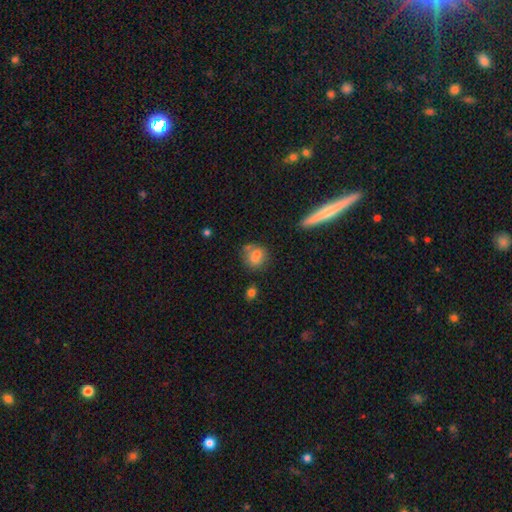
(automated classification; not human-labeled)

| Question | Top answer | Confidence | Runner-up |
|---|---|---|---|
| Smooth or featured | smooth | 76% | featured or disk (14%) |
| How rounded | round | 67% | in between (31%) |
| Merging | none | 57% | minor disturbance (23%) |